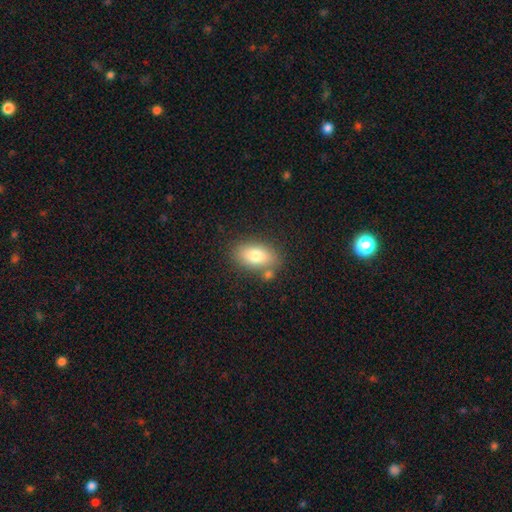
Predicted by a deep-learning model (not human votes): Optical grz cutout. It shows a smooth galaxy with no disk features (78%) that is in between round and cigar-shaped (89%). Merging: none (74%).